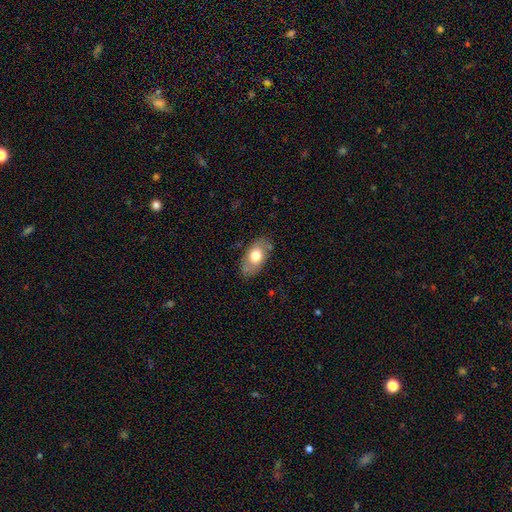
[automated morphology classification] Smooth or featured?
  - smooth: 70% *
  - featured or disk: 24%
  - star or artifact: 6%
How rounded?
  - in between: 91% *
  - round: 6%
  - cigar-shaped: 3%
Merging?
  - none: 78% *
  - minor disturbance: 17%
  - major disturbance: 4%
  - merger: 2%